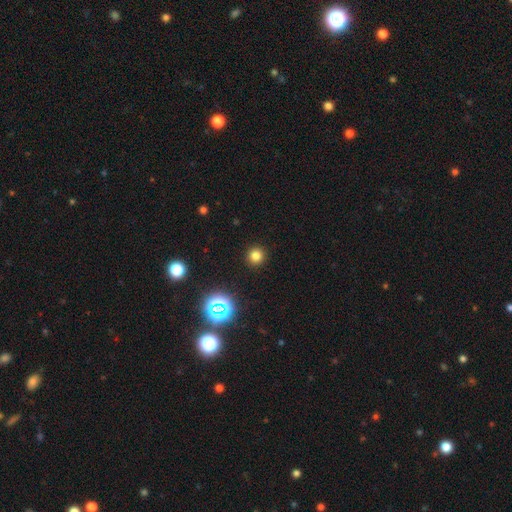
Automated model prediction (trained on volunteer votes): A smooth galaxy with no disk features (77%) that is round (95%). Merging: none (92%).